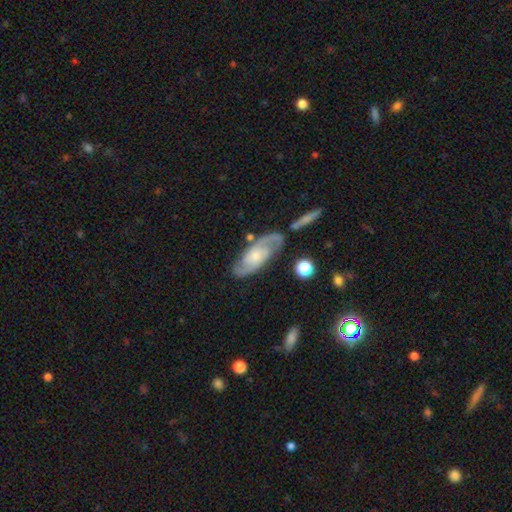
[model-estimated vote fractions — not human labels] This appears to be a featured or disk galaxy (80%) with no bar (62%), 2 (87%) medium (49%) spiral arms (95%) and a small central bulge (48%). Merging: none (74%).